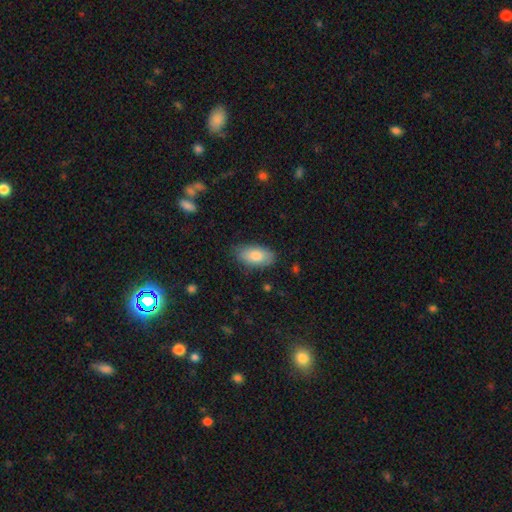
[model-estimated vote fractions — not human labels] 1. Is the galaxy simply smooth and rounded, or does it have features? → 83% smooth, 11% featured or disk, 6% star or artifact.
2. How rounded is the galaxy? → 92% in between, 5% cigar-shaped, 3% round.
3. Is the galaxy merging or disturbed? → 80% none, 15% minor disturbance, 3% major disturbance, 1% merger.